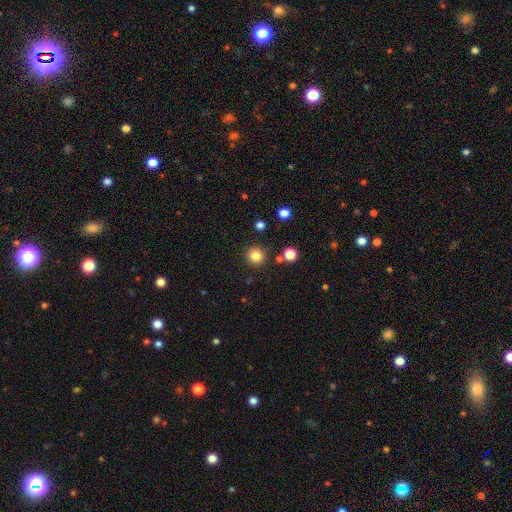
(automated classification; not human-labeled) Q: Smooth or featured?
A: smooth (83%); runner-up: star or artifact (13%)
Q: How rounded?
A: round (94%); runner-up: in between (5%)
Q: Merging?
A: none (87%); runner-up: minor disturbance (6%)